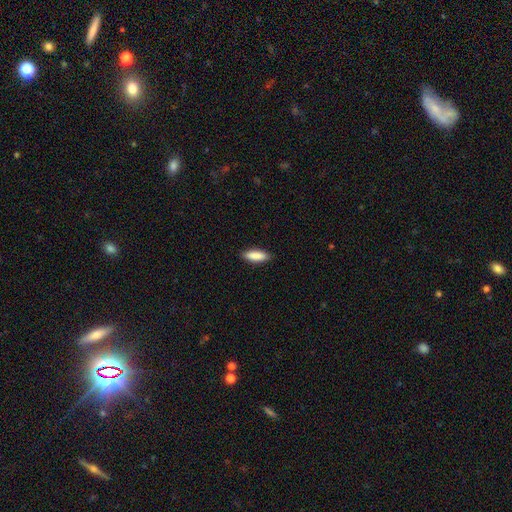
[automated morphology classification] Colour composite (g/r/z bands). It shows a smooth galaxy with no disk features (88%) that is in between round and cigar-shaped (51%). Merging: none (89%).